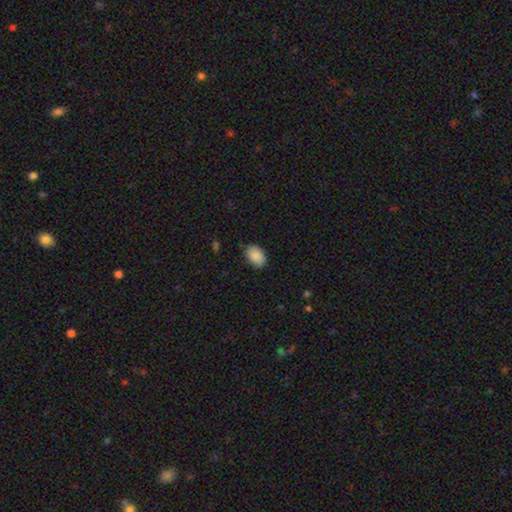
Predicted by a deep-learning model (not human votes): smooth 88%, star or artifact 7%, featured or disk 5%. Down the decision tree: how rounded — in between (83%); merging — none (71%).